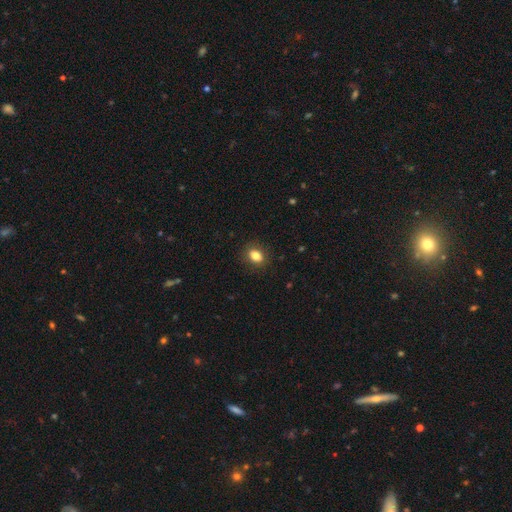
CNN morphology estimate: smooth_or_featured: smooth (p=0.84) [alt: star or artifact p=0.10]
how_rounded: in between (p=0.67) [alt: round p=0.32]
merging: none (p=0.88) [alt: minor disturbance p=0.09]